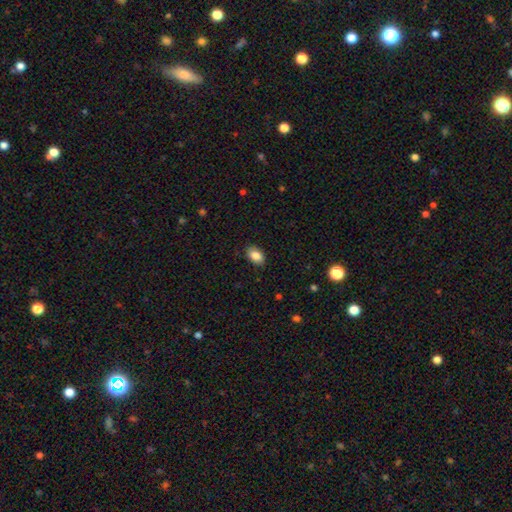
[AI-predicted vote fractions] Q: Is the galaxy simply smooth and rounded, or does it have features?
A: smooth — 85%.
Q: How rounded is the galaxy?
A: in between — 90%.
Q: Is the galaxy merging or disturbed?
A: none — 88%.